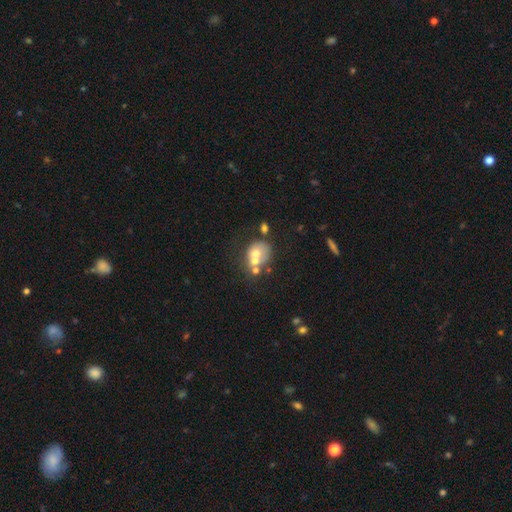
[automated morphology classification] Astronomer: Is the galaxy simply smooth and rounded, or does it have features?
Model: smooth — 56% (runner-up: featured or disk, 32%).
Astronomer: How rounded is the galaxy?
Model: round — 60% (runner-up: in between, 39%).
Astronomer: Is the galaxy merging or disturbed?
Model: merger — 47% (runner-up: none, 29%).